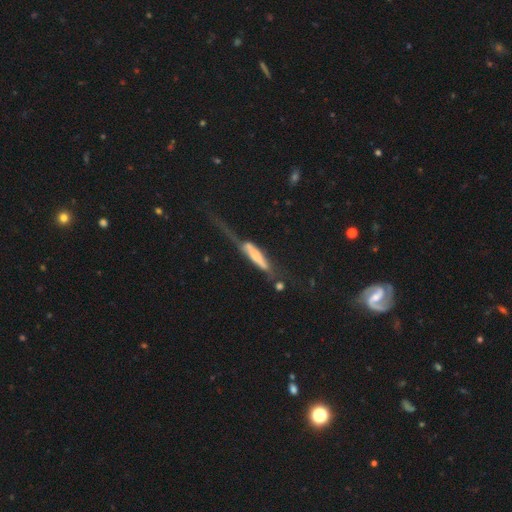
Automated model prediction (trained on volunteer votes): A smooth galaxy with no disk features (48%).

Vote fractions:
- Smooth or featured? smooth: 48% / featured or disk: 44% / star or artifact: 8%
- Merging? major disturbance: 47% / none: 20% / minor disturbance: 19% / merger: 14%